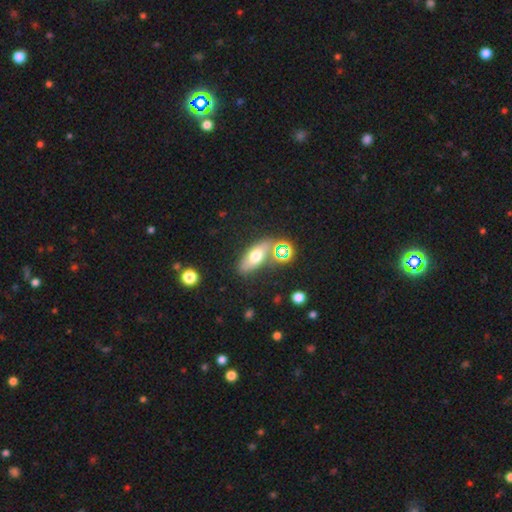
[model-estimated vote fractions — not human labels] A smooth galaxy with no disk features (57%) that is in between round and cigar-shaped (70%).

Vote fractions:
- Smooth or featured? smooth: 57% / featured or disk: 27% / star or artifact: 16%
- How rounded? in between: 70% / cigar-shaped: 20% / round: 9%
- Merging? none: 67% / minor disturbance: 16% / merger: 10% / major disturbance: 7%